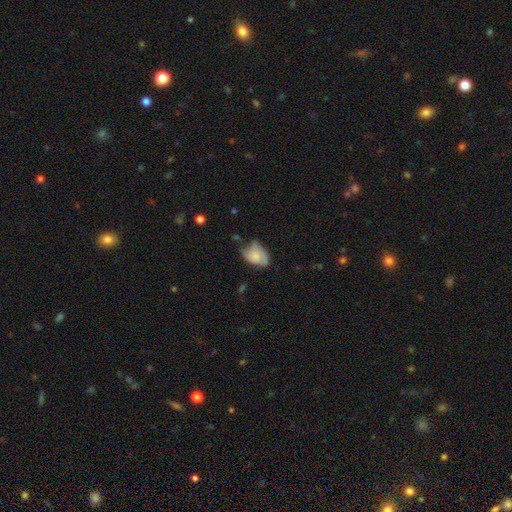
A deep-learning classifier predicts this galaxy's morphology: smooth 59%, featured or disk 33%, star or artifact 8%. Down the decision tree: how rounded — in between (82%); merging — none (42%).